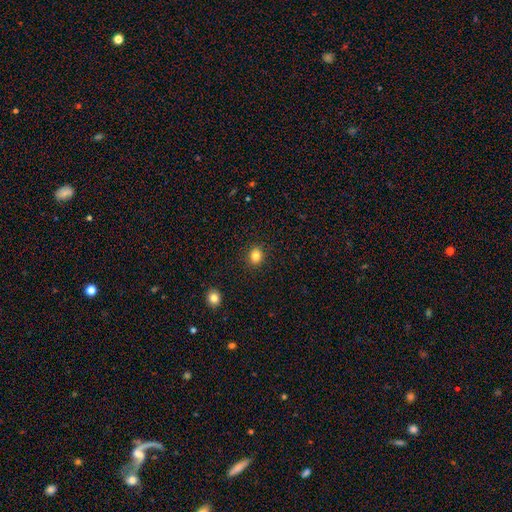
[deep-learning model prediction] smooth 83%, star or artifact 11%, featured or disk 5%. Down the decision tree: how rounded — round (64%); merging — none (90%).